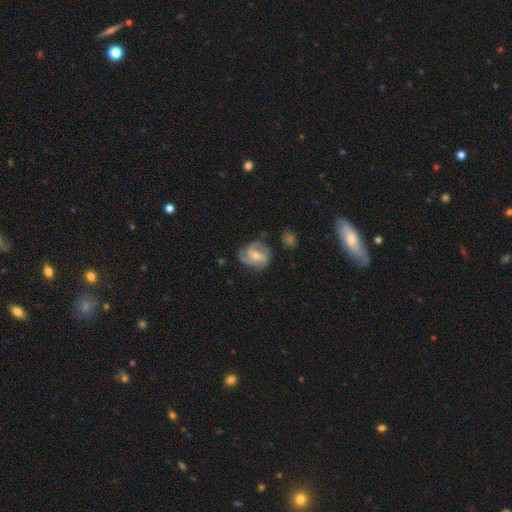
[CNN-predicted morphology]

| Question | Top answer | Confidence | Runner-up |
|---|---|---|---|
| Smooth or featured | featured or disk | 78% | smooth (16%) |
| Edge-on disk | no | 98% | yes (2%) |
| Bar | weak | 50% | no (30%) |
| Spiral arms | yes | 94% | no (6%) |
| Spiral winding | medium | 46% | tight (38%) |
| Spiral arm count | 3 | 39% | 2 (34%) |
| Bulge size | moderate | 53% | small (41%) |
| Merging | none | 64% | minor disturbance (23%) |